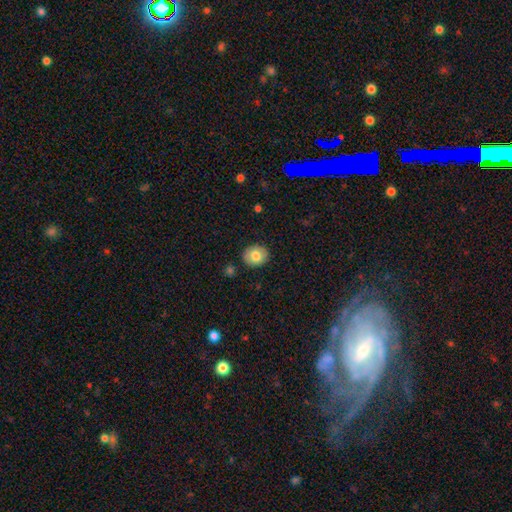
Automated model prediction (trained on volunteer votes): The model was most divided on "how rounded": round: 67%, in between: 32%, cigar-shaped: 1%. More confident: merging — none (88%); smooth or featured — smooth (78%).